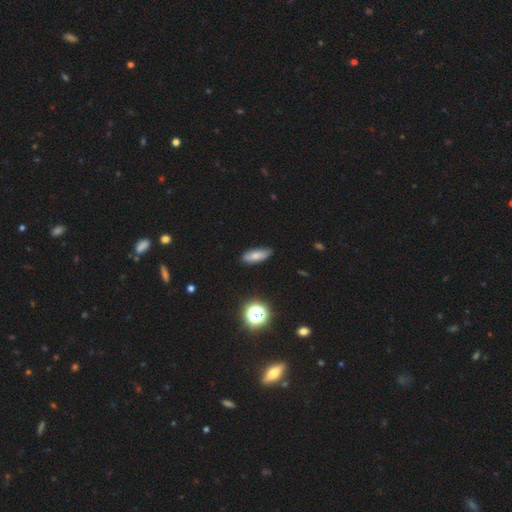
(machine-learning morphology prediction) smooth-or-featured: smooth: 73% | featured or disk: 16% | star or artifact: 11%
  how-rounded: in between: 68% | cigar-shaped: 28% | round: 4%
  merging: none: 79% | minor disturbance: 17% | major disturbance: 3% | merger: 1%